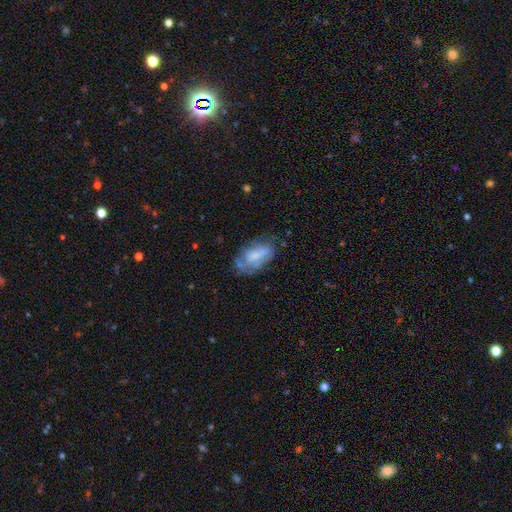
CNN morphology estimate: type=smooth (47%); merging=none (53%).